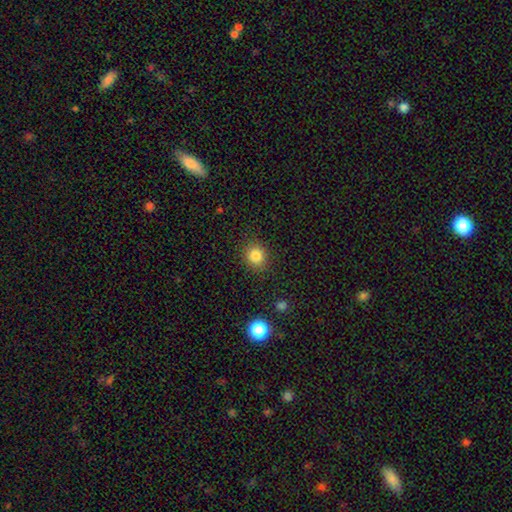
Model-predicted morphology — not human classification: This is clearly a smooth galaxy (83%). How rounded: clearly round (84%). Merging: clearly none (89%).